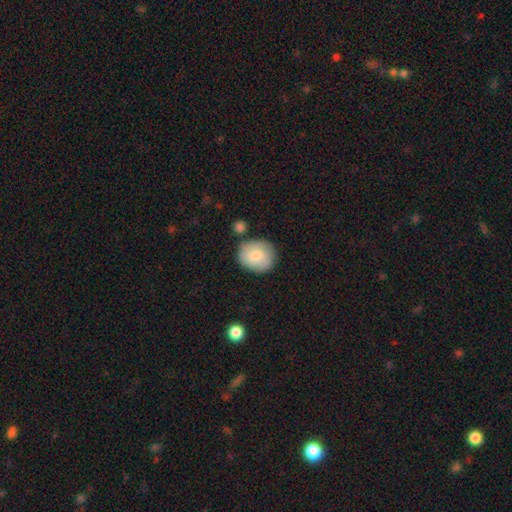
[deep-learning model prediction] Morphology: type=smooth (78%); roundness=round (71%); merging=none (69%).